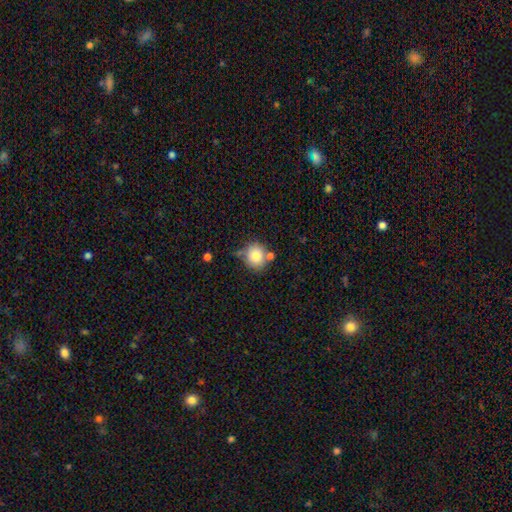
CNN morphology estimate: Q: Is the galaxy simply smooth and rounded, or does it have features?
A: smooth — 80%.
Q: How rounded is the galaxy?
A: round — 87%.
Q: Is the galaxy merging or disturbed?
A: none — 64%.